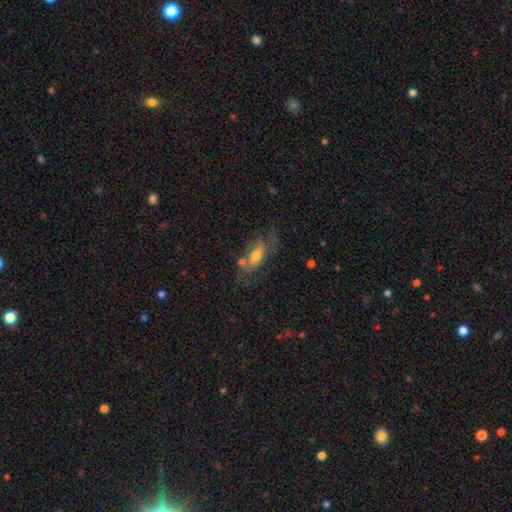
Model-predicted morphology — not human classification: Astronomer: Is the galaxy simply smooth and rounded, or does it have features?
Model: featured or disk — 52% (runner-up: smooth, 39%).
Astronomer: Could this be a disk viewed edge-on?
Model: no — 80%.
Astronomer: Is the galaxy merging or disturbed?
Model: none — 51%.